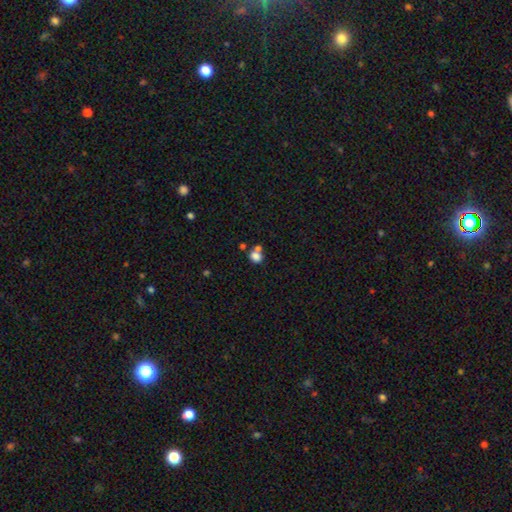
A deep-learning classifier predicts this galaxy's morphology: Overall: smooth (80%). How rounded: round (55%; in between 44%). Merging: merger (43%; none 41%).